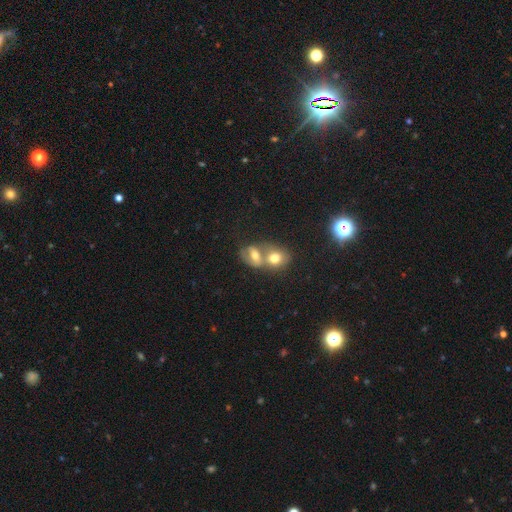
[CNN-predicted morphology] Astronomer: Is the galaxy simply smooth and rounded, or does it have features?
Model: smooth — 53% (runner-up: featured or disk, 30%).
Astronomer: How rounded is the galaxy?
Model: in between — 51% (runner-up: round, 47%).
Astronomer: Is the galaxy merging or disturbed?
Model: merger — 66%.